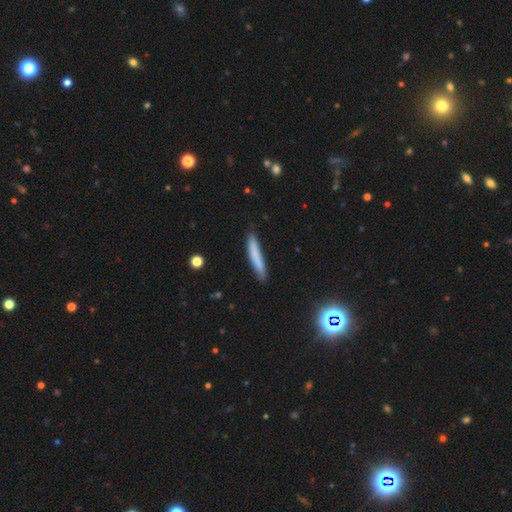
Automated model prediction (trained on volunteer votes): smooth 76%, featured or disk 17%, star or artifact 7%. Down the decision tree: how rounded — cigar-shaped (94%); merging — none (83%).